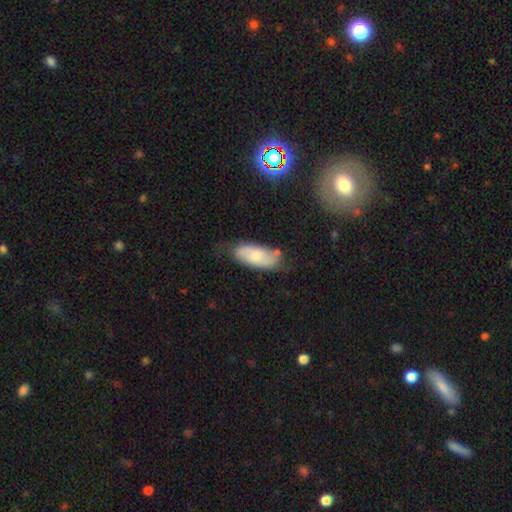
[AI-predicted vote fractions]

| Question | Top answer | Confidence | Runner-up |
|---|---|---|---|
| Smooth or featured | smooth | 65% | featured or disk (28%) |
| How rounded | in between | 82% | cigar-shaped (15%) |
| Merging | none | 58% | minor disturbance (29%) |